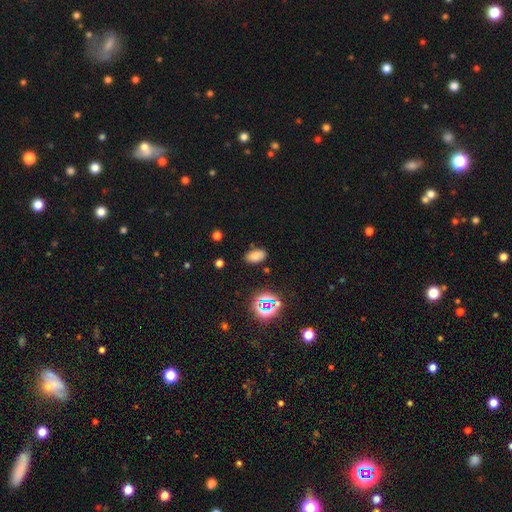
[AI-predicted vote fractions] Smooth or featured? smooth (73%)
How rounded? in between (92%)
Merging? none (82%)